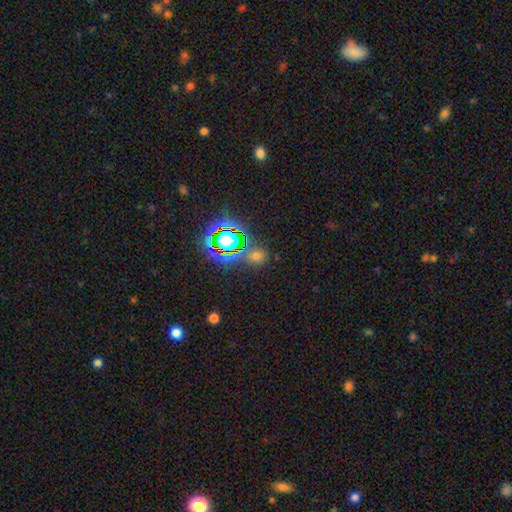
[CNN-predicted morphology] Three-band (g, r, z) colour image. It shows a smooth galaxy with no disk features (47%). Merging: none (77%).